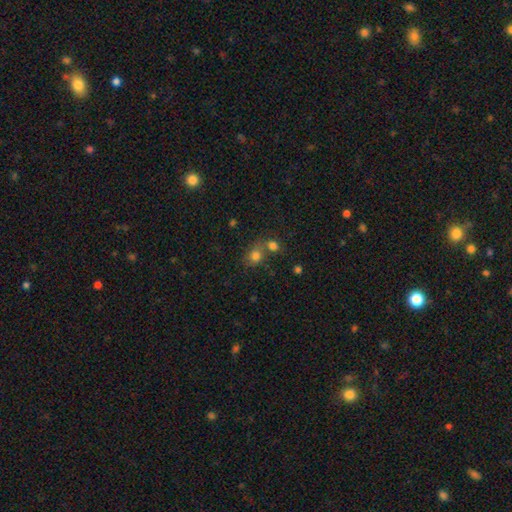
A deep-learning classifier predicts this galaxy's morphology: This is likely a smooth galaxy (78%). How rounded: likely round (60%). Merging: possibly none (49%).